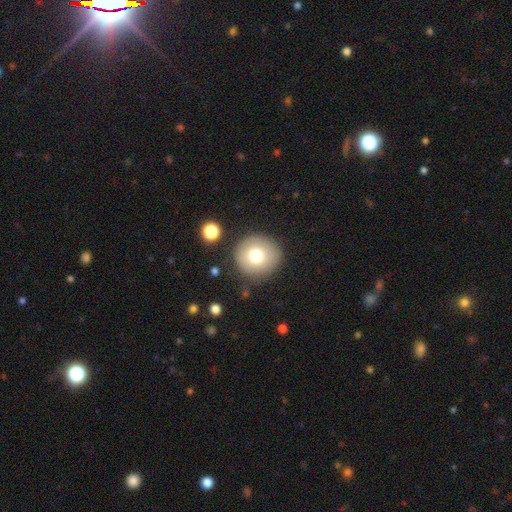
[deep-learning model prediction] Smooth or featured? Predicted: smooth (p=0.76). How rounded? Predicted: round (p=0.94). Merging? Predicted: none (p=0.85).